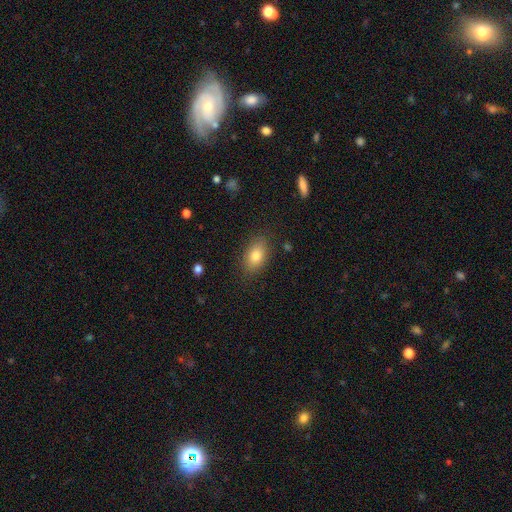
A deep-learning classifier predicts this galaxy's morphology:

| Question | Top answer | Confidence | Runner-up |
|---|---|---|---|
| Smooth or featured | smooth | 80% | featured or disk (11%) |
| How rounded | in between | 86% | round (12%) |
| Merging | none | 84% | minor disturbance (12%) |